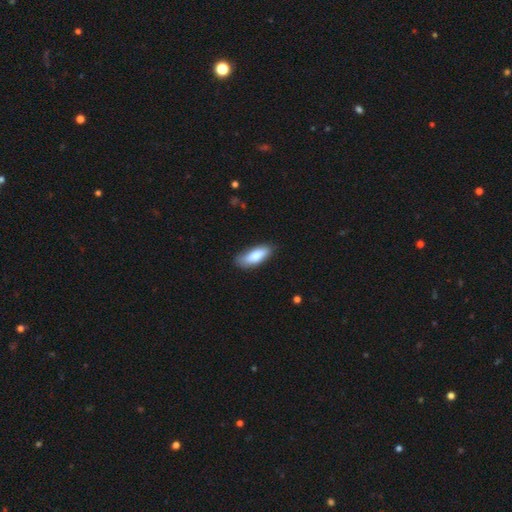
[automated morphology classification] Q: Smooth or featured?
A: smooth (83%); runner-up: featured or disk (11%)
Q: How rounded?
A: in between (76%); runner-up: cigar-shaped (22%)
Q: Merging?
A: none (77%); runner-up: minor disturbance (18%)